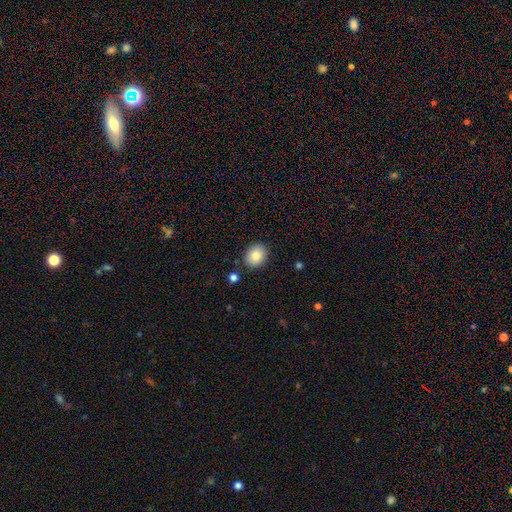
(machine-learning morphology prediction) Smooth or featured? Predicted: smooth (p=0.85). How rounded? Predicted: round (p=0.52). Merging? Predicted: none (p=0.86).